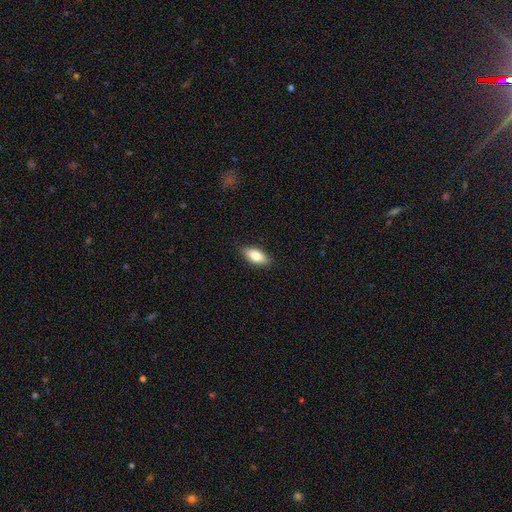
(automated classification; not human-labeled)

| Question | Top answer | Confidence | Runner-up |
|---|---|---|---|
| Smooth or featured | smooth | 80% | featured or disk (13%) |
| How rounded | in between | 86% | cigar-shaped (11%) |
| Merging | none | 85% | minor disturbance (11%) |